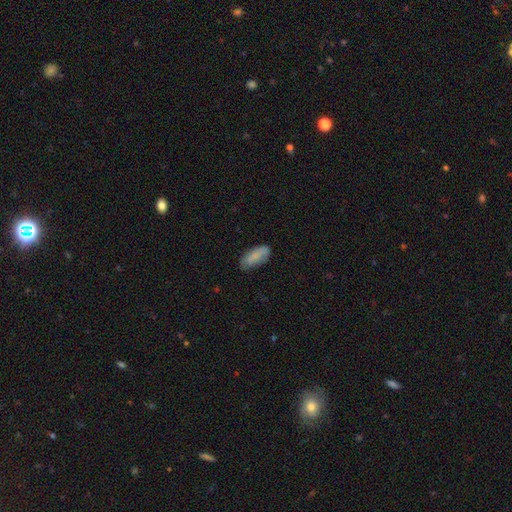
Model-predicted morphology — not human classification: smooth-or-featured: smooth: 82% | featured or disk: 11% | star or artifact: 7%
  how-rounded: in between: 83% | cigar-shaped: 15% | round: 2%
  merging: none: 68% | minor disturbance: 25% | major disturbance: 5% | merger: 1%